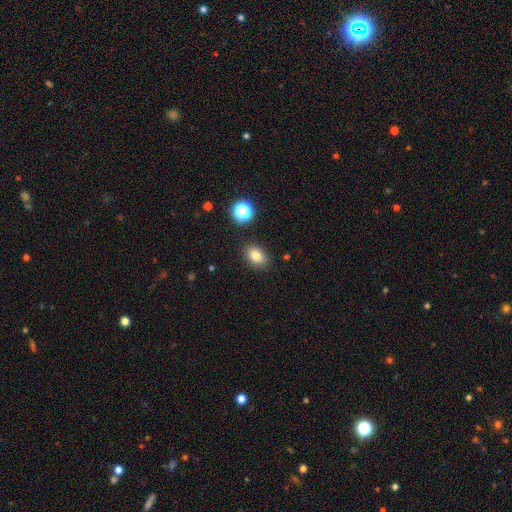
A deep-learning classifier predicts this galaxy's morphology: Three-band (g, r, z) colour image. It shows a smooth galaxy with no disk features (80%) that is in between round and cigar-shaped (76%). Merging: none (86%).